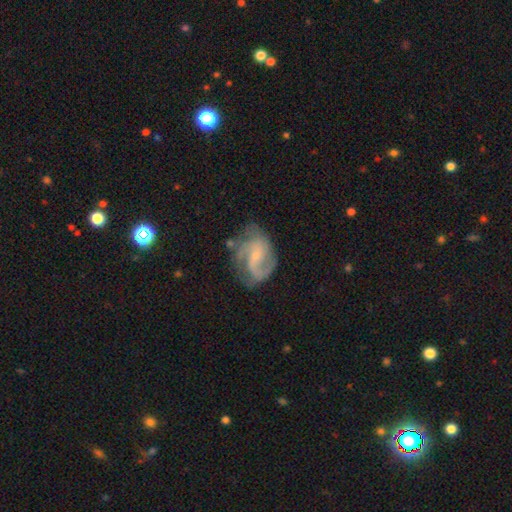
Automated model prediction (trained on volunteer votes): Overall: featured or disk (82%). Edge-on disk: no (98%). Bar: weak (45%; no 44%). Spiral arms: yes (94%). Spiral arm count: 2 (59%). Spiral winding: medium (50%; loose 27%). Bulge size: small (71%). Merging: none (56%; minor disturbance 25%).